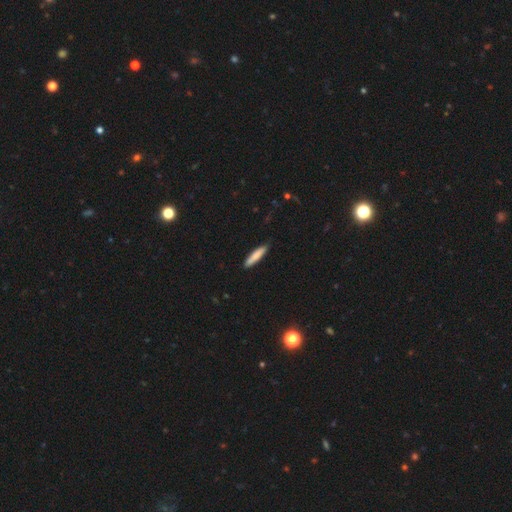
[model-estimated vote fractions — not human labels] smooth-or-featured: smooth: 80% | featured or disk: 14% | star or artifact: 6%
  how-rounded: cigar-shaped: 86% | in between: 12% | round: 1%
  merging: none: 87% | minor disturbance: 10% | major disturbance: 2% | merger: 1%